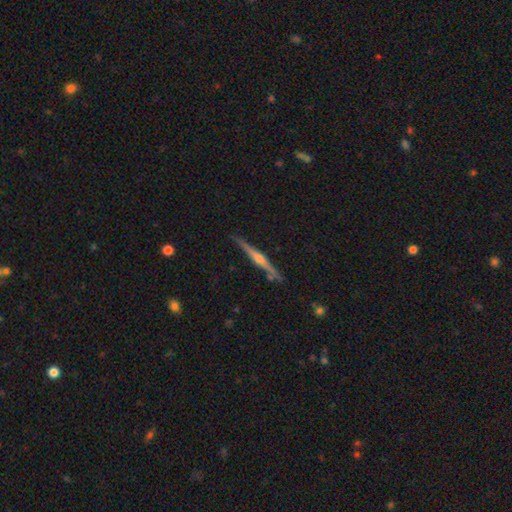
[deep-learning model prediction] Smooth or featured? featured or disk (83%)
Edge-on disk? yes (98%)
Edge-on bulge? rounded (85%)
Merging? none (89%)